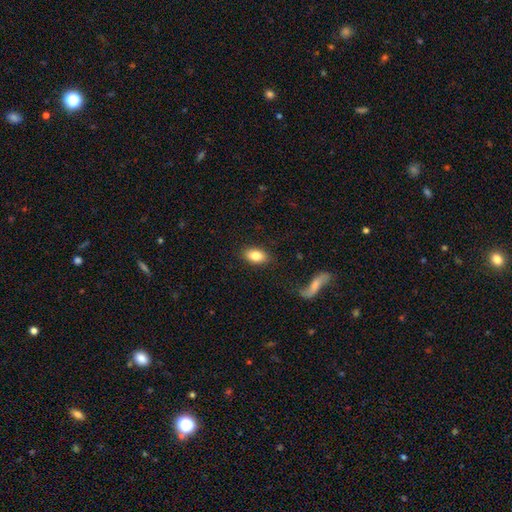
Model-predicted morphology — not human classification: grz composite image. It shows a smooth galaxy with no disk features (82%) that is in between round and cigar-shaped (90%). Merging: none (86%).